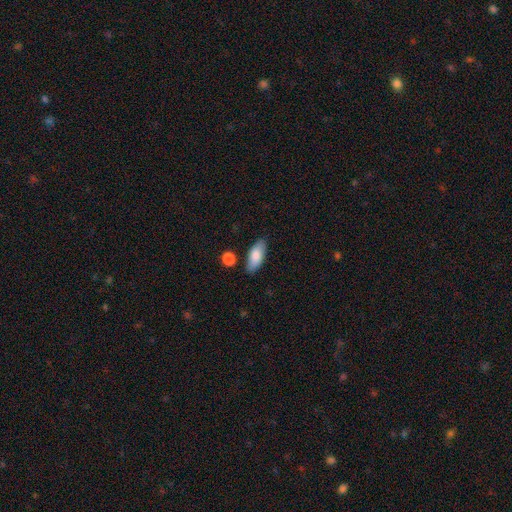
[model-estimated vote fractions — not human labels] Overall: smooth (80%). How rounded: in between (83%). Merging: none (81%).